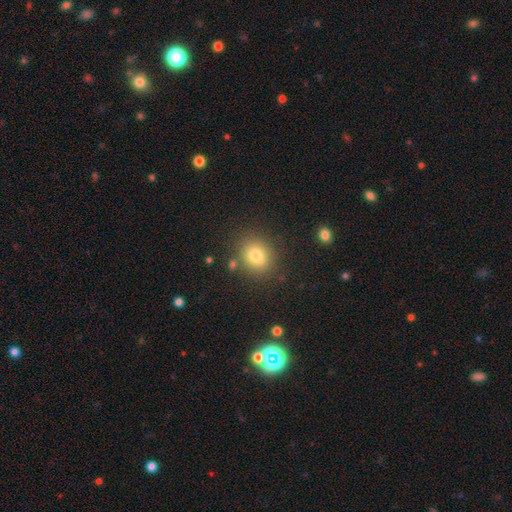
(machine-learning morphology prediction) type=smooth (77%); roundness=round (63%); merging=none (82%).